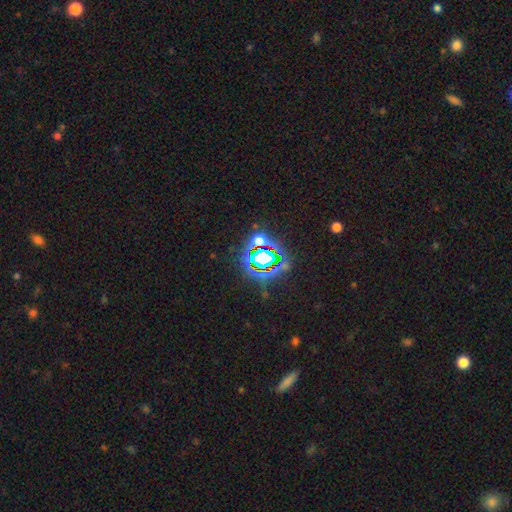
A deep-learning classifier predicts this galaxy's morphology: smooth_or_featured: star or artifact (p=0.74) [alt: smooth p=0.16]